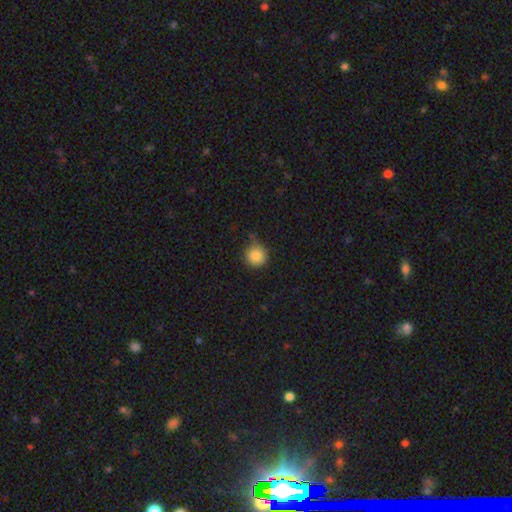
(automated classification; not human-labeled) Smooth or featured? smooth (83%)
How rounded? round (94%)
Merging? none (73%)